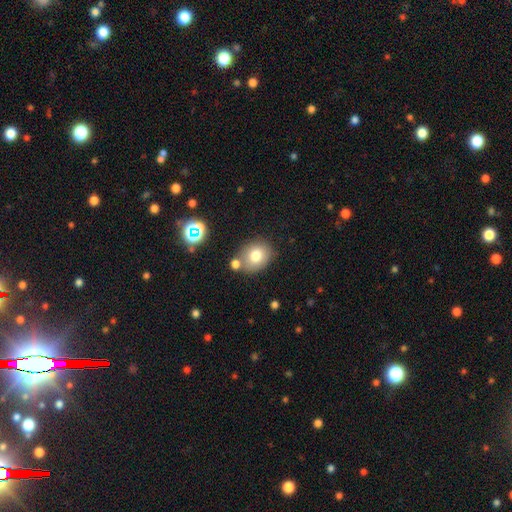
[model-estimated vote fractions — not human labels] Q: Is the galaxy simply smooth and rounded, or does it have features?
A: smooth — 76%.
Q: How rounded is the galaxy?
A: round — 55%.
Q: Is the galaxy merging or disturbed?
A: none — 68%.